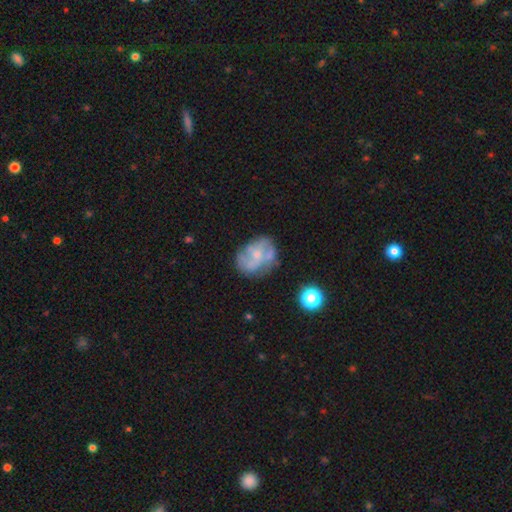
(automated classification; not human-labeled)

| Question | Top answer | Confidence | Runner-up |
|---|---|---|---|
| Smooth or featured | featured or disk | 64% | smooth (28%) |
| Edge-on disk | no | 98% | yes (2%) |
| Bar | no | 73% | weak (23%) |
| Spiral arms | yes | 60% | no (40%) |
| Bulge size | small | 52% | moderate (35%) |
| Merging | none | 53% | minor disturbance (25%) |